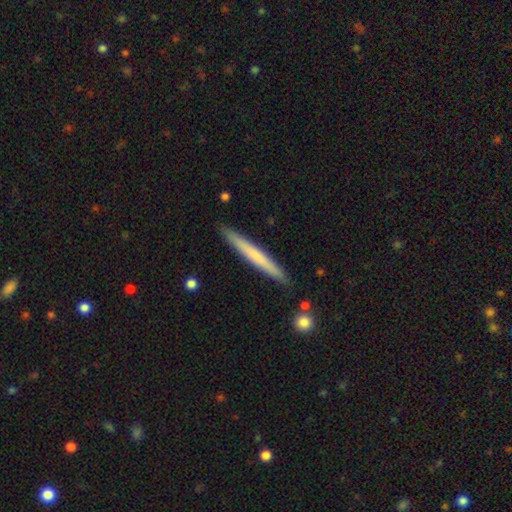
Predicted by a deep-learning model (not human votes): This is likely a smooth galaxy (60%). How rounded: clearly cigar-shaped (97%). Merging: clearly none (90%).